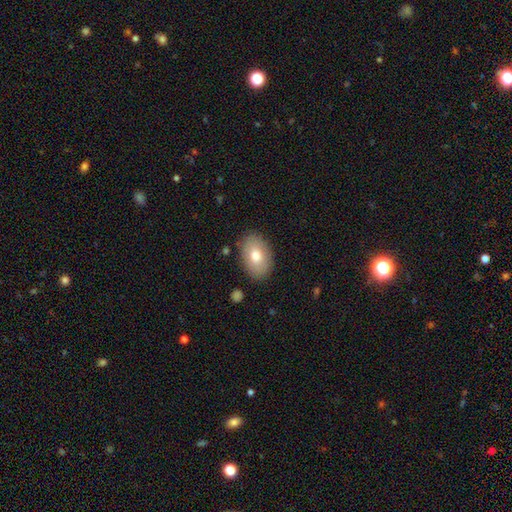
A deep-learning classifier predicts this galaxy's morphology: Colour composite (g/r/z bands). It shows a smooth galaxy with no disk features (75%) that is in between round and cigar-shaped (87%). Merging: none (85%).